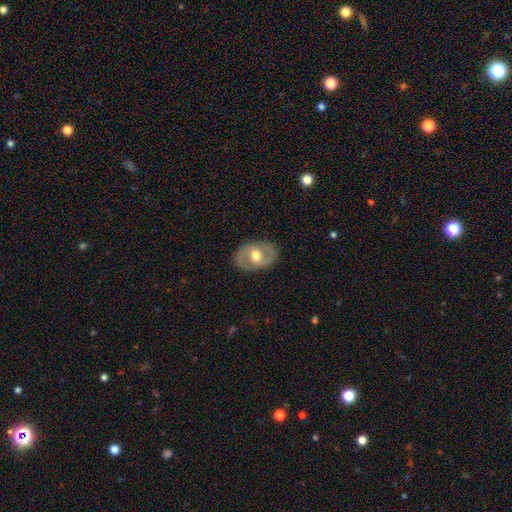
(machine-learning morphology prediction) smooth_or_featured: featured or disk (p=0.67) [alt: smooth p=0.28]
disk_edge_on: no (p=0.94) [alt: yes p=0.06]
bar: no (p=0.47) [alt: weak p=0.37]
has_spiral_arms: yes (p=0.57) [alt: no p=0.43]
bulge_size: moderate (p=0.76) [alt: small p=0.12]
merging: none (p=0.85) [alt: minor disturbance p=0.10]